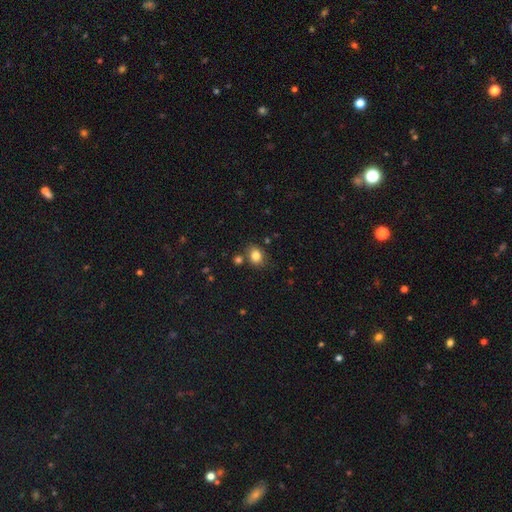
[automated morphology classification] smooth 82%, star or artifact 11%, featured or disk 6%. Down the decision tree: how rounded — round (52%); merging — none (75%).